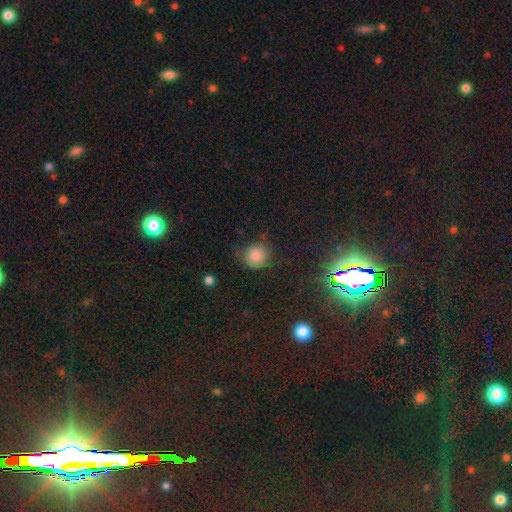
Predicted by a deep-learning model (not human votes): Smooth or featured?
  - smooth: 82% *
  - star or artifact: 12%
  - featured or disk: 6%
How rounded?
  - round: 88% *
  - in between: 11%
  - cigar-shaped: 1%
Merging?
  - none: 71% *
  - minor disturbance: 20%
  - major disturbance: 6%
  - merger: 2%